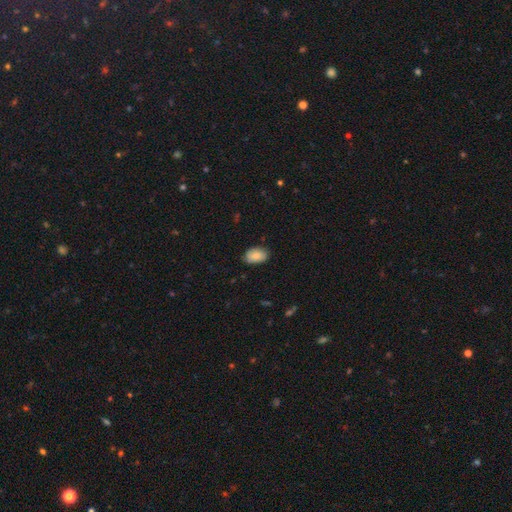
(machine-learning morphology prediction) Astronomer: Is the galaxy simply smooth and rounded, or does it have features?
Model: smooth — 85%.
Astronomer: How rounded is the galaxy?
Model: in between — 91%.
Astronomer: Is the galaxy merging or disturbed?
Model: none — 80%.